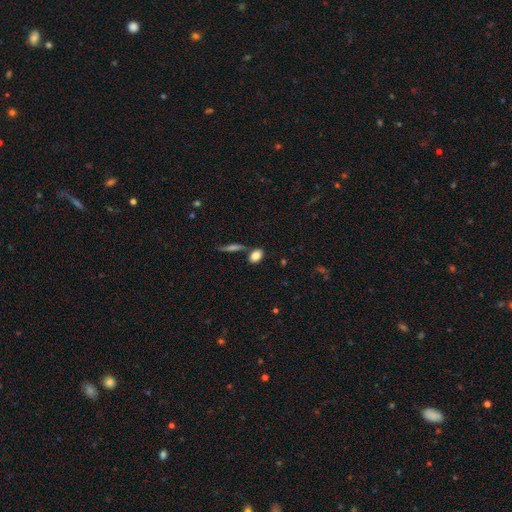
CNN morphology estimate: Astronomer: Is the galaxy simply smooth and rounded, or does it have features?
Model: smooth — 84%.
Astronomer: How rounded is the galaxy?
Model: in between — 84%.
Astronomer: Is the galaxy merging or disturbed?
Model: none — 67%.